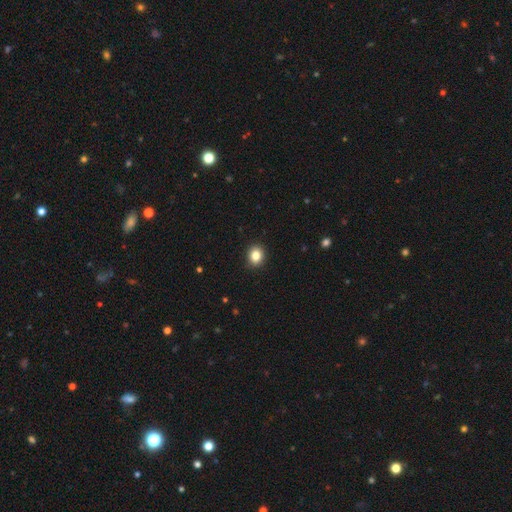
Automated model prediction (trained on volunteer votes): Q: Smooth or featured?
A: smooth (85%); runner-up: star or artifact (10%)
Q: How rounded?
A: round (67%); runner-up: in between (32%)
Q: Merging?
A: none (91%); runner-up: minor disturbance (6%)